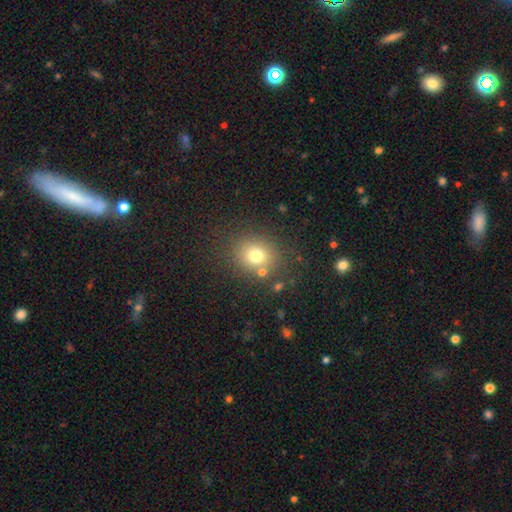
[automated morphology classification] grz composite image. It shows a smooth galaxy with no disk features (73%) that is round (73%). Merging: none (79%).